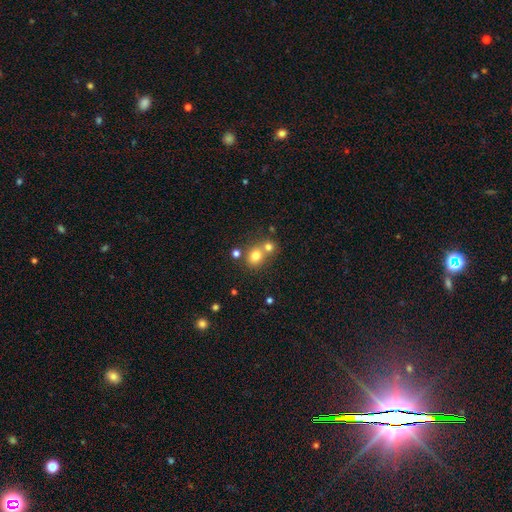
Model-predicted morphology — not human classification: A smooth galaxy with no disk features (75%) that is round (75%). Merging: none (46%).